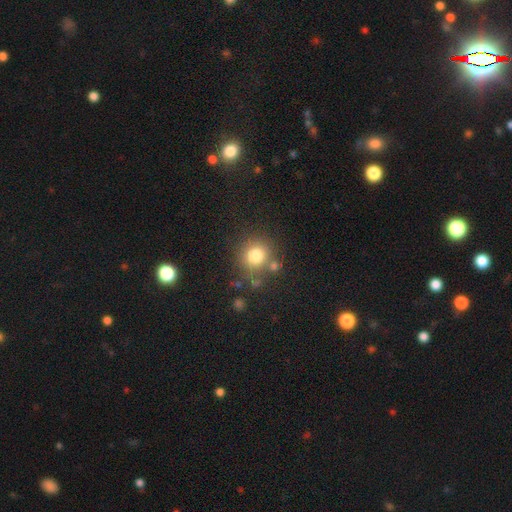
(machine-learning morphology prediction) Q: Smooth or featured?
A: smooth (79%); runner-up: star or artifact (13%)
Q: How rounded?
A: round (89%); runner-up: in between (10%)
Q: Merging?
A: none (74%); runner-up: minor disturbance (11%)